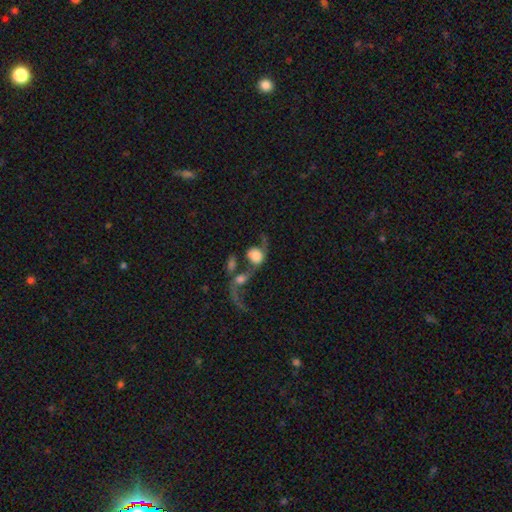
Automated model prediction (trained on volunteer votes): Q: Smooth or featured?
A: smooth (46%); runner-up: featured or disk (44%)
Q: Merging?
A: merger (58%); runner-up: major disturbance (21%)